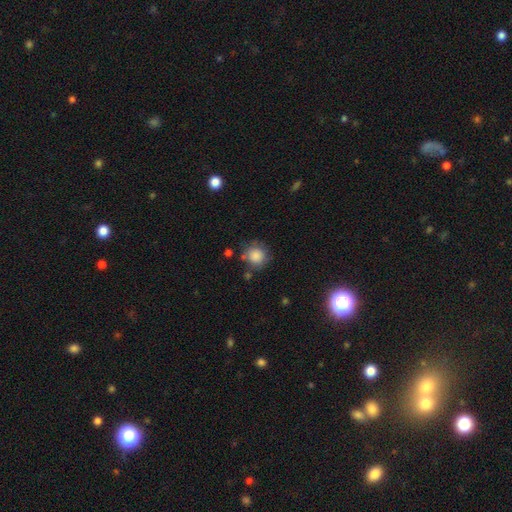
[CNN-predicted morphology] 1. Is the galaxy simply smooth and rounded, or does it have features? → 85% smooth, 9% star or artifact, 6% featured or disk.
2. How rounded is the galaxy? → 90% round, 9% in between, 1% cigar-shaped.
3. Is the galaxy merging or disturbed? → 71% none, 17% minor disturbance, 6% merger, 6% major disturbance.